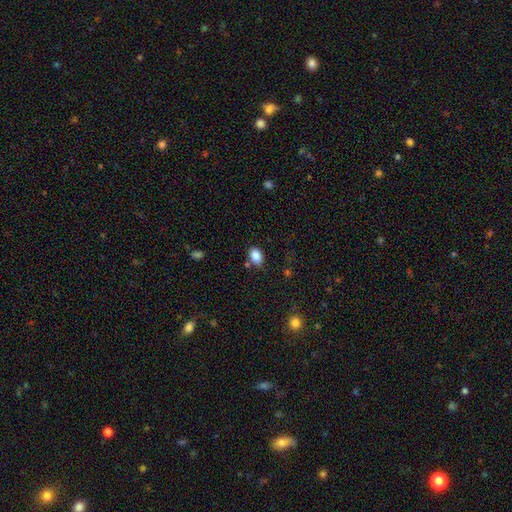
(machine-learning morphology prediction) The model was most divided on "merging": none: 74%, minor disturbance: 16%, merger: 6%, major disturbance: 4%. More confident: smooth or featured — smooth (86%); how rounded — in between (81%).